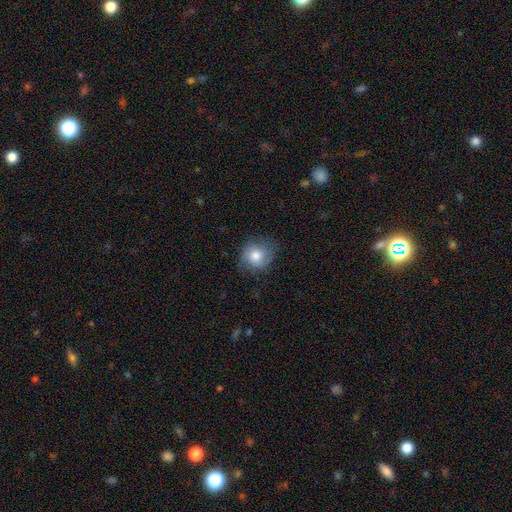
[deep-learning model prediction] smooth-or-featured: smooth: 69% | featured or disk: 23% | star or artifact: 8%
  how-rounded: round: 81% | in between: 18% | cigar-shaped: 1%
  merging: none: 69% | minor disturbance: 22% | major disturbance: 8% | merger: 1%